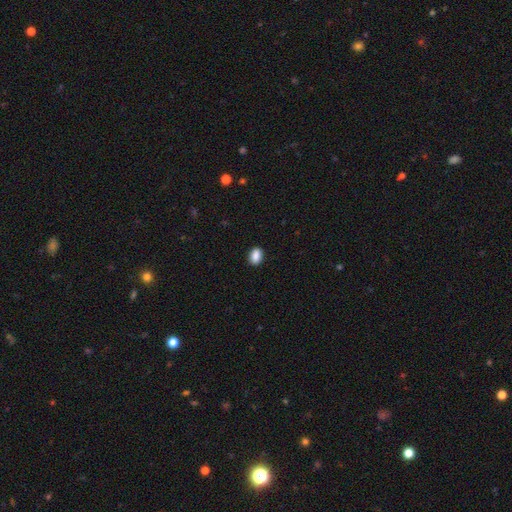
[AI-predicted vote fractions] Smooth or featured? Predicted: smooth (p=0.88). How rounded? Predicted: in between (p=0.82). Merging? Predicted: none (p=0.89).